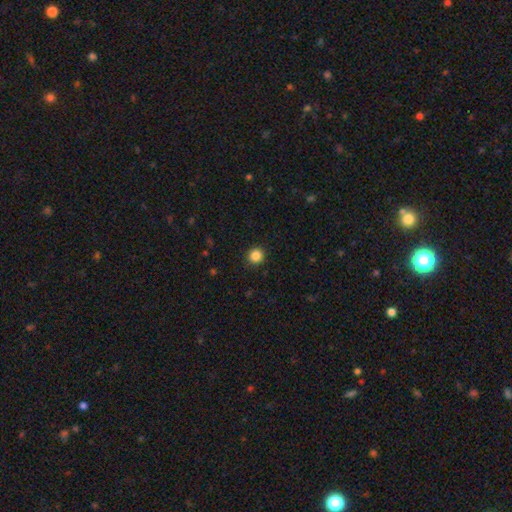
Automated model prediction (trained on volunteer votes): smooth-or-featured: smooth: 86% | star or artifact: 11% | featured or disk: 3%
  how-rounded: round: 93% | in between: 7% | cigar-shaped: 1%
  merging: none: 92% | minor disturbance: 5% | major disturbance: 2% | merger: 1%